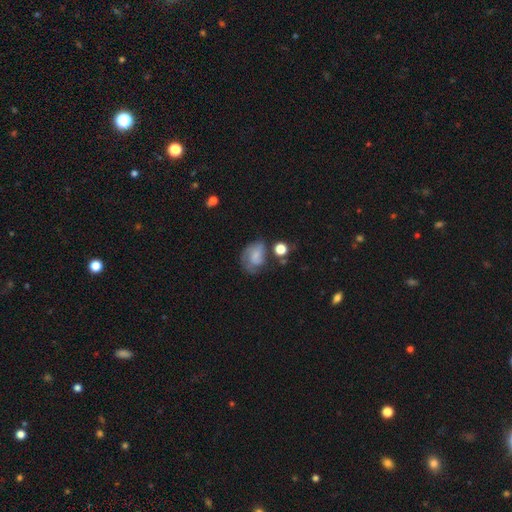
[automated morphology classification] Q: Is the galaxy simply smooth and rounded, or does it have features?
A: featured or disk — 46%.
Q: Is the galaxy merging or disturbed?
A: none — 45%.